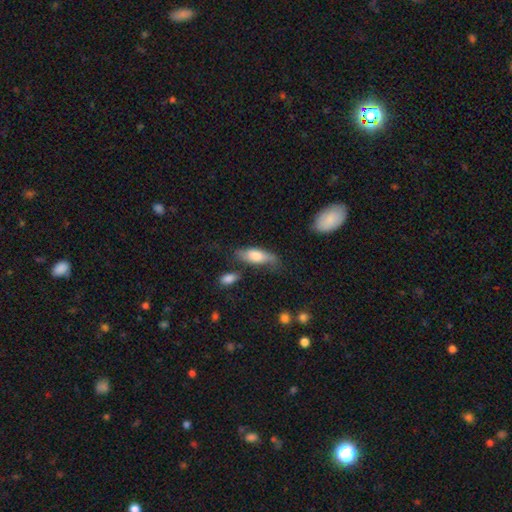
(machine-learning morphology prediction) Smooth or featured: smooth — 65% (featured or disk — 29%)
How rounded: in between — 69% (cigar-shaped — 28%)
Merging: none — 53% (minor disturbance — 30%)